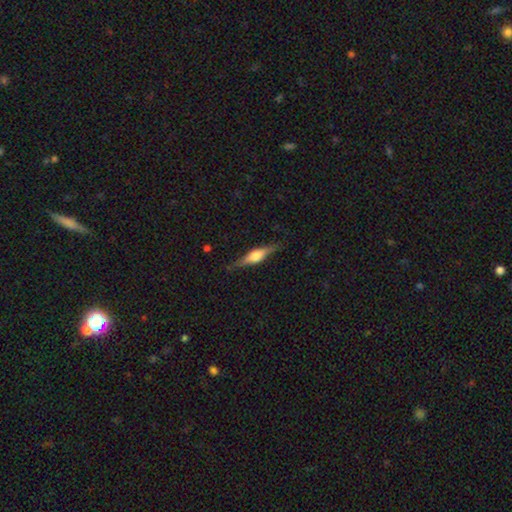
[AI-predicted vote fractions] The model was most divided on "smooth or featured": featured or disk: 69%, smooth: 25%, star or artifact: 6%. More confident: edge-on disk — yes (97%); edge-on bulge — rounded (89%); merging — none (86%).